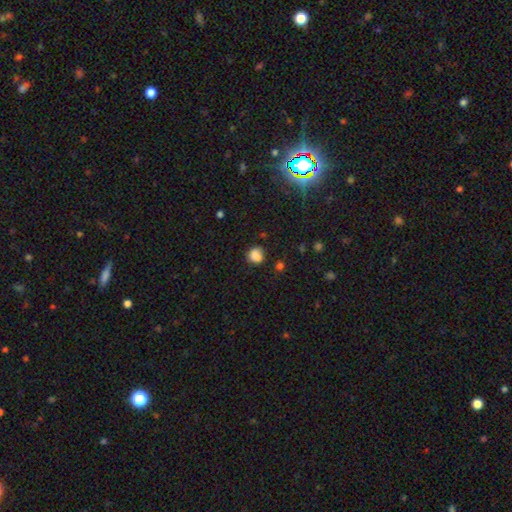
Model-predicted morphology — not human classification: Smooth or featured?
  - smooth: 81% *
  - star or artifact: 12%
  - featured or disk: 7%
How rounded?
  - round: 79% *
  - in between: 20%
  - cigar-shaped: 1%
Merging?
  - none: 64% *
  - minor disturbance: 20%
  - merger: 11%
  - major disturbance: 6%